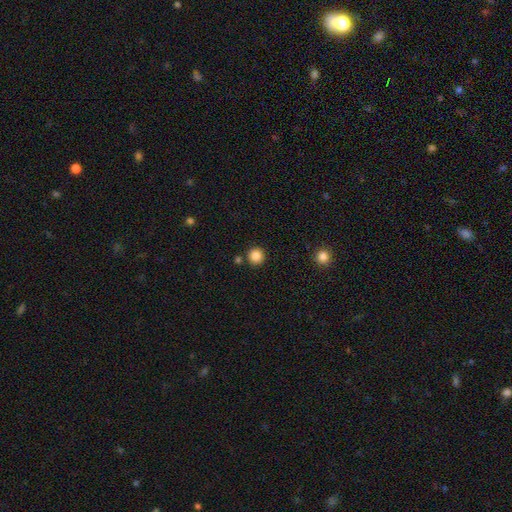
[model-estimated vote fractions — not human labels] This is clearly a smooth galaxy (85%). How rounded: clearly round (95%). Merging: clearly none (87%).